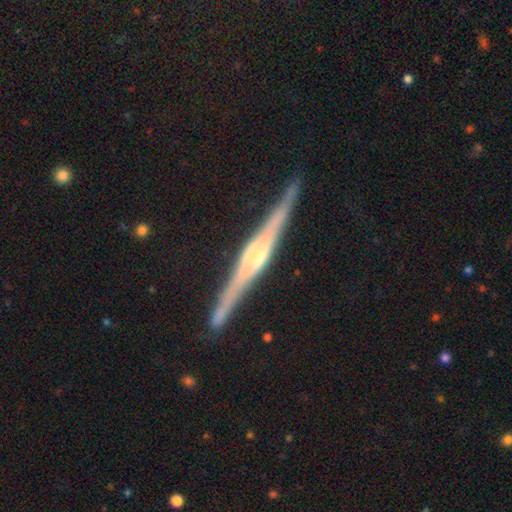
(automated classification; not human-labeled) Smooth or featured: featured or disk — 86% (smooth — 8%)
Edge-on disk: yes — 98% (no — 2%)
Edge-on bulge: boxy — 46% (rounded — 43%)
Merging: none — 89% (minor disturbance — 8%)